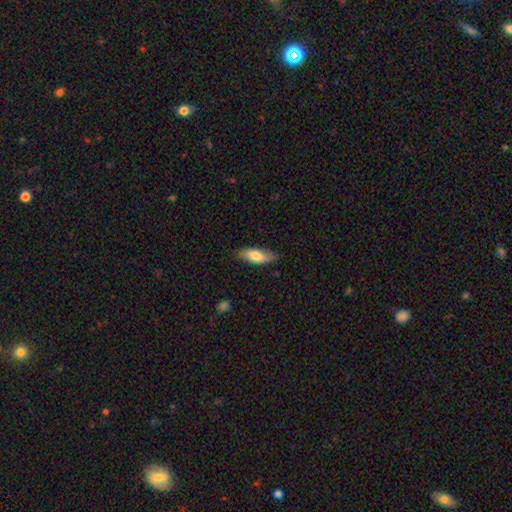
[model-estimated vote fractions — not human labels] smooth 71%, featured or disk 23%, star or artifact 6%. Down the decision tree: how rounded — in between (68%); merging — none (81%).